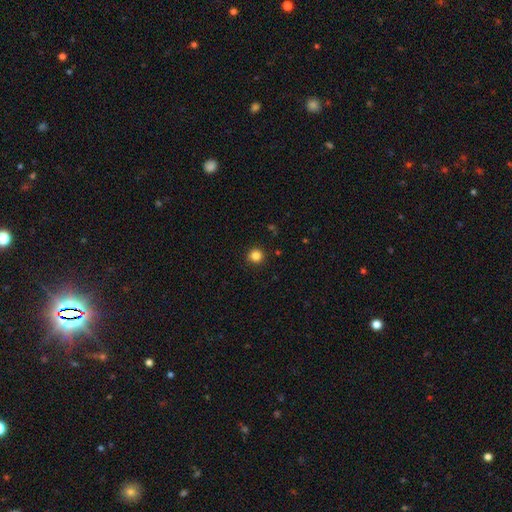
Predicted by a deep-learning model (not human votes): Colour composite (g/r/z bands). It shows a smooth galaxy with no disk features (84%) that is round (93%). Merging: none (92%).